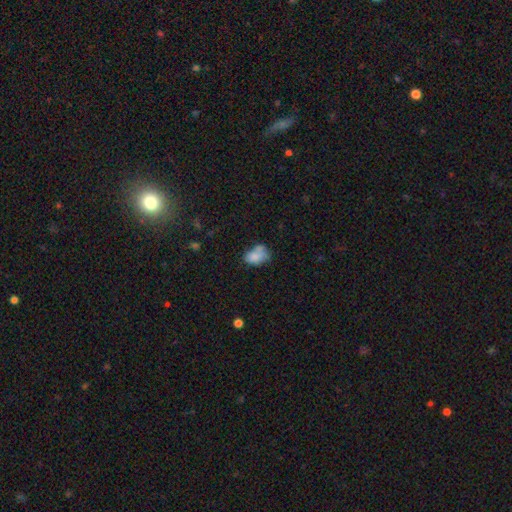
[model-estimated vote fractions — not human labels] Smooth or featured? Predicted: smooth (p=0.76). How rounded? Predicted: in between (p=0.81). Merging? Predicted: none (p=0.41).